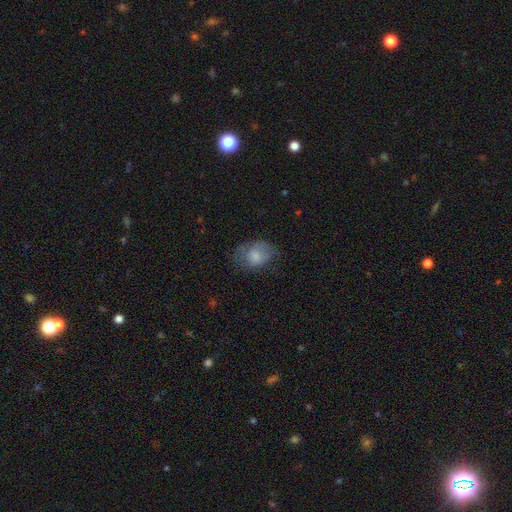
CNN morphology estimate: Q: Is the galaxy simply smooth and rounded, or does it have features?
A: smooth — 73%.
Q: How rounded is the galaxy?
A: in between — 69%.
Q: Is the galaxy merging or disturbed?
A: none — 52%.